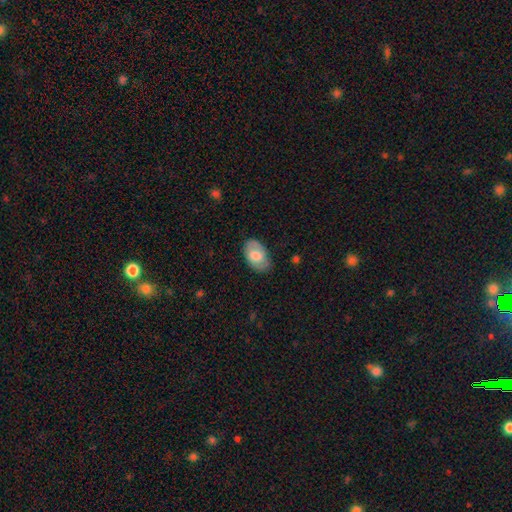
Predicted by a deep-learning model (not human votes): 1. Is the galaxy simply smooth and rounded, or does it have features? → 65% smooth, 29% featured or disk, 6% star or artifact.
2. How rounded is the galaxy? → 92% in between, 7% round, 1% cigar-shaped.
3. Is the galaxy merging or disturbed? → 76% none, 18% minor disturbance, 4% major disturbance, 1% merger.